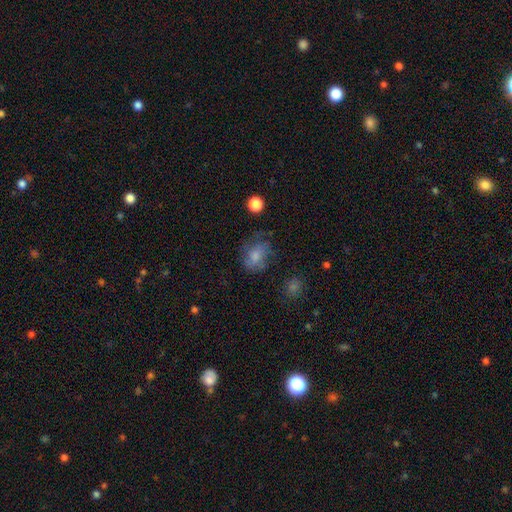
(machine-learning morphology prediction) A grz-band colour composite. It shows a smooth galaxy with no disk features (65%) that is in between round and cigar-shaped (63%). Merging: none (51%).